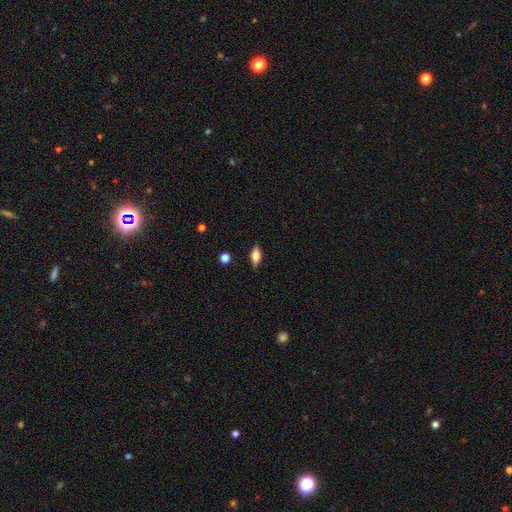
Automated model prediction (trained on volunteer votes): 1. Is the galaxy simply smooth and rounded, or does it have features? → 63% smooth, 29% featured or disk, 8% star or artifact.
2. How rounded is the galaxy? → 74% in between, 22% cigar-shaped, 4% round.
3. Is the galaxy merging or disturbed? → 85% none, 11% minor disturbance, 2% major disturbance, 2% merger.